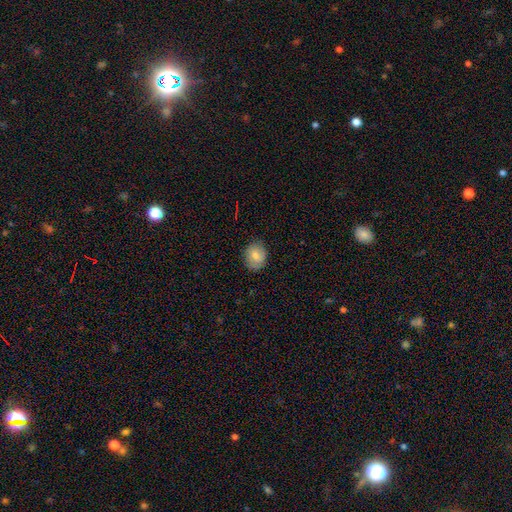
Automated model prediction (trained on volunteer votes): Smooth or featured? Predicted: smooth (p=0.80). How rounded? Predicted: round (p=0.54). Merging? Predicted: none (p=0.82).